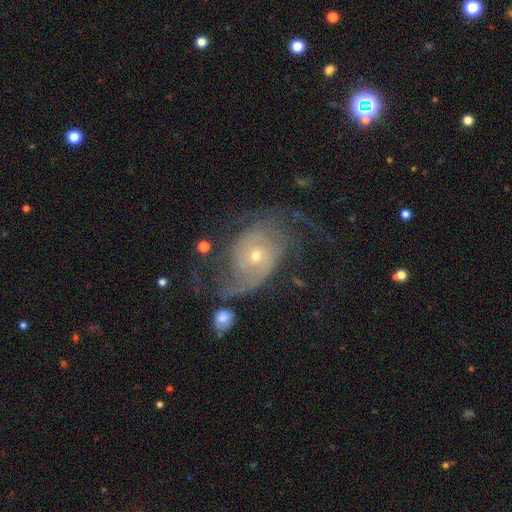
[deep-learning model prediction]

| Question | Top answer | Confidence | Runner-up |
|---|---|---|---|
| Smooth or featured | featured or disk | 82% | smooth (11%) |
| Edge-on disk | no | 96% | yes (4%) |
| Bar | no | 75% | weak (20%) |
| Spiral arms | yes | 90% | no (10%) |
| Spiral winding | medium | 38% | tight (32%) |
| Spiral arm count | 2 | 47% | can't tell (25%) |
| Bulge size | small | 65% | moderate (31%) |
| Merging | none | 44% | major disturbance (32%) |